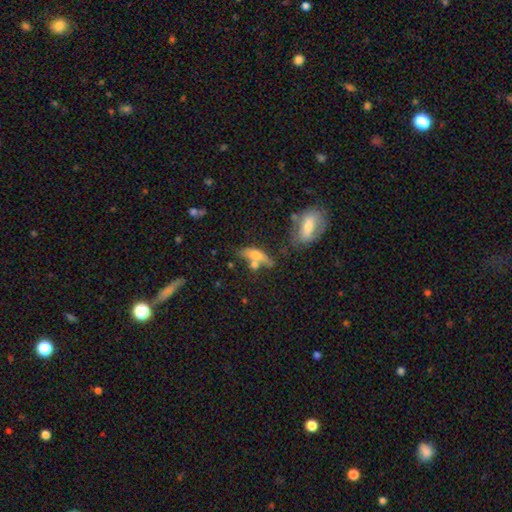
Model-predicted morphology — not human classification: Overall: smooth (56%; featured or disk 35%). How rounded: in between (49%; cigar-shaped 46%). Merging: none (47%; merger 26%).